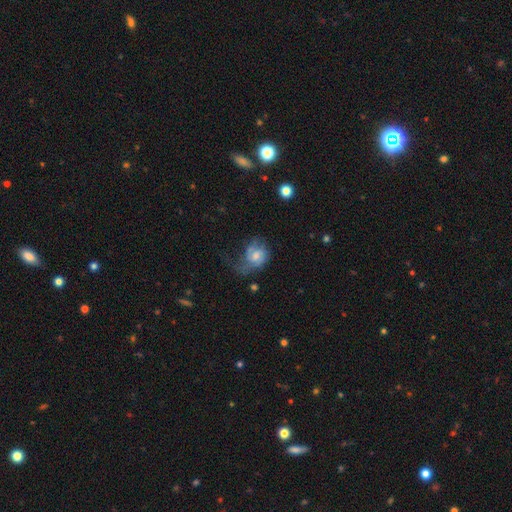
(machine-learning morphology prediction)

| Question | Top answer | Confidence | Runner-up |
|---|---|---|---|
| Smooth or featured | featured or disk | 51% | smooth (40%) |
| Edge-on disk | no | 97% | yes (3%) |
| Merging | major disturbance | 43% | none (30%) |